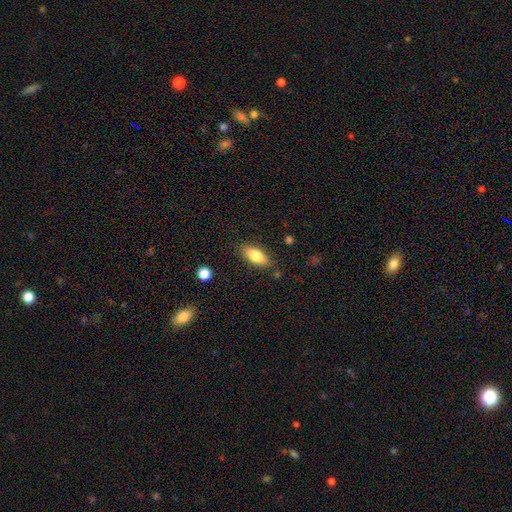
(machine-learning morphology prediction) A smooth galaxy with no disk features (81%) that is in between round and cigar-shaped (81%). Merging: none (83%).